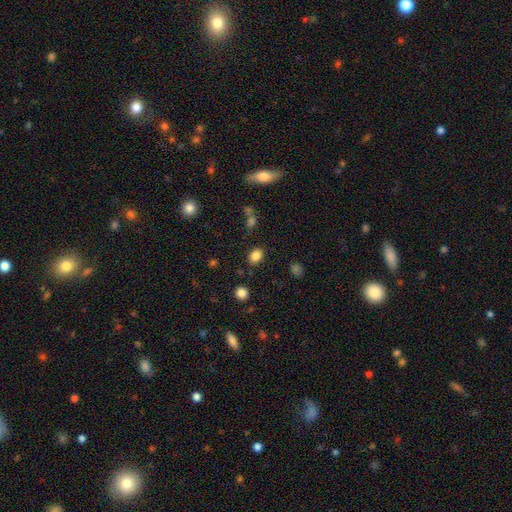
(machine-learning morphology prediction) Overall: smooth (84%). How rounded: in between (69%; round 30%). Merging: none (81%).